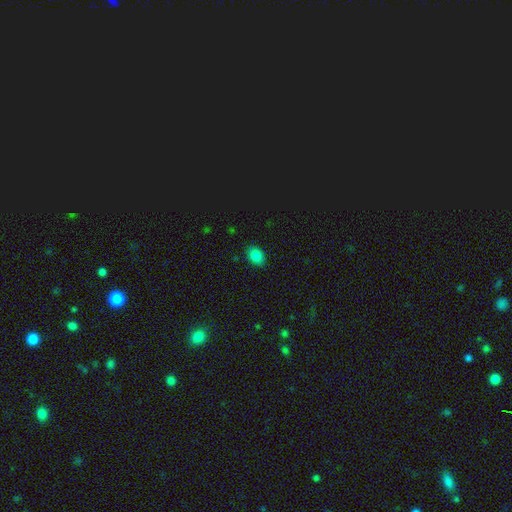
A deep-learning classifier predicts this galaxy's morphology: A smooth galaxy with no disk features (83%) that is in between round and cigar-shaped (72%).

Vote fractions:
- Smooth or featured? smooth: 83% / star or artifact: 12% / featured or disk: 6%
- How rounded? in between: 72% / round: 27% / cigar-shaped: 1%
- Merging? none: 87% / minor disturbance: 10% / major disturbance: 2% / merger: 1%